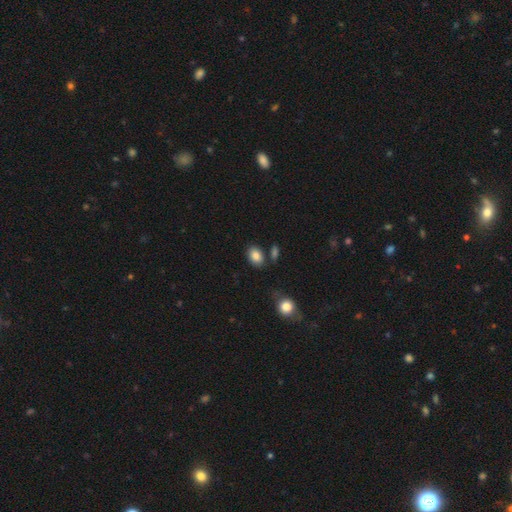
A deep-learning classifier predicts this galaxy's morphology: This is clearly a smooth galaxy (85%). How rounded: likely in between (76%). Merging: likely none (76%).